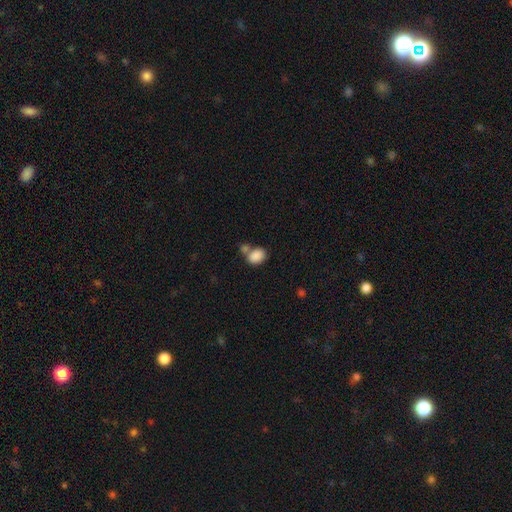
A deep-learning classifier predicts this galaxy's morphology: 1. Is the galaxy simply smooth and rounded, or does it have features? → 86% smooth, 8% star or artifact, 5% featured or disk.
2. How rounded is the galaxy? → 72% in between, 27% round, 1% cigar-shaped.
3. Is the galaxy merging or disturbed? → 43% none, 40% merger, 12% minor disturbance, 5% major disturbance.